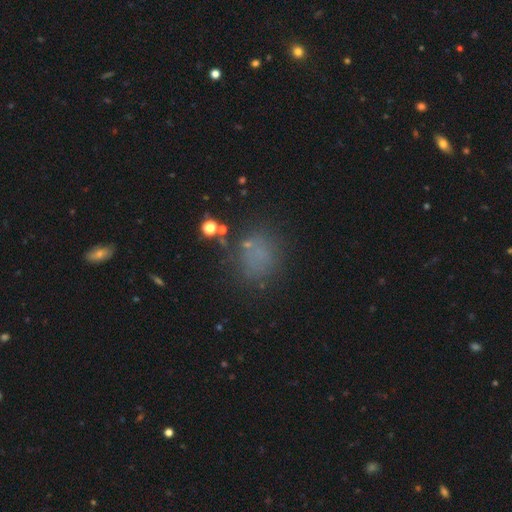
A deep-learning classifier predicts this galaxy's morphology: smooth_or_featured: smooth (p=0.60) [alt: star or artifact p=0.29]
how_rounded: round (p=0.70) [alt: in between p=0.29]
merging: none (p=0.71) [alt: minor disturbance p=0.15]